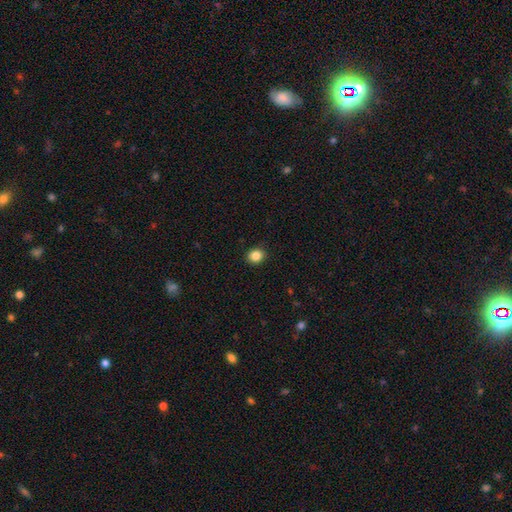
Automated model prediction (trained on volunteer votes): Smooth or featured: smooth — 86% (star or artifact — 10%)
How rounded: round — 66% (in between — 33%)
Merging: none — 91% (minor disturbance — 7%)